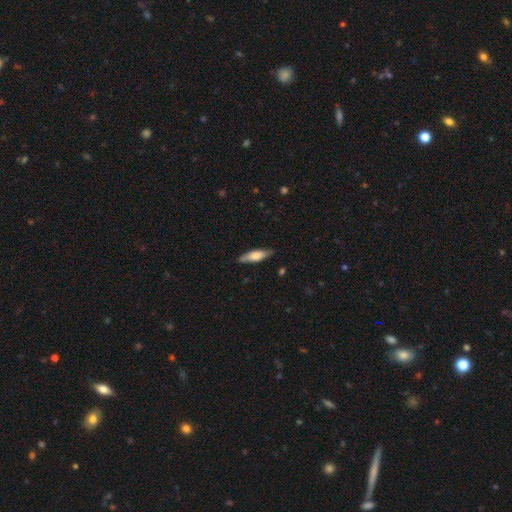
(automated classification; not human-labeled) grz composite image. It shows a smooth galaxy with no disk features (67%) that is cigar-shaped (54%). Merging: none (83%).